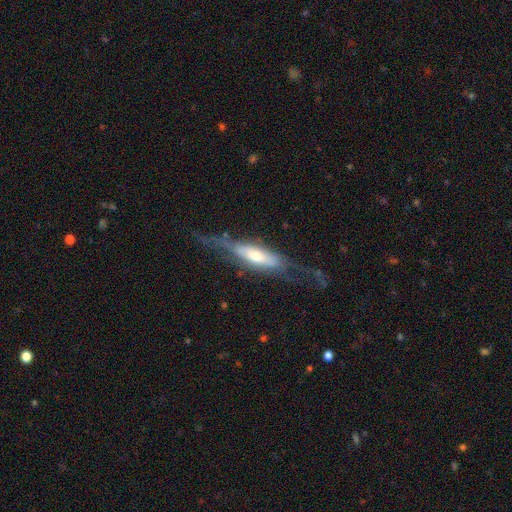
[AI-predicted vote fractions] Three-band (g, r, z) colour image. It shows a featured or disk galaxy (67%) viewed edge-on (59%). Merging: none (50%).